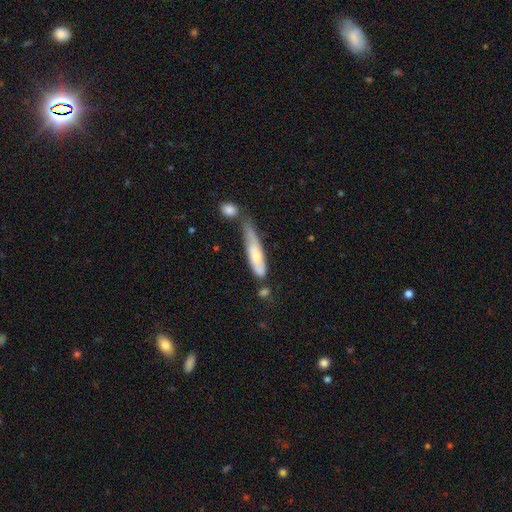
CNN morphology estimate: Q: Smooth or featured?
A: smooth (56%); runner-up: featured or disk (37%)
Q: How rounded?
A: cigar-shaped (81%); runner-up: in between (18%)
Q: Merging?
A: none (34%); runner-up: merger (28%)